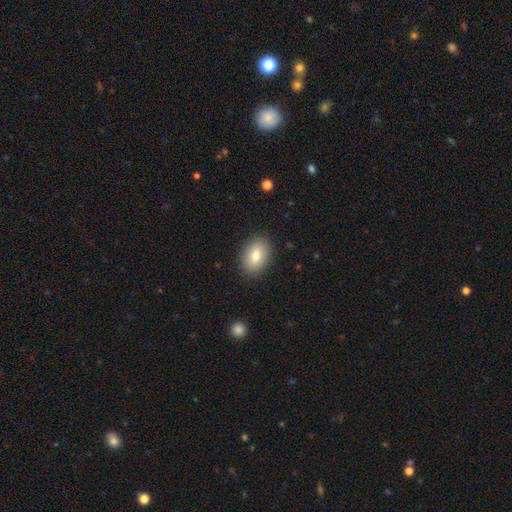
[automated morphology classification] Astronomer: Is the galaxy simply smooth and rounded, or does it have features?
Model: smooth — 78%.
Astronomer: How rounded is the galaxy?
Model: in between — 81%.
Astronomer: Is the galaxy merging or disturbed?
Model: none — 88%.